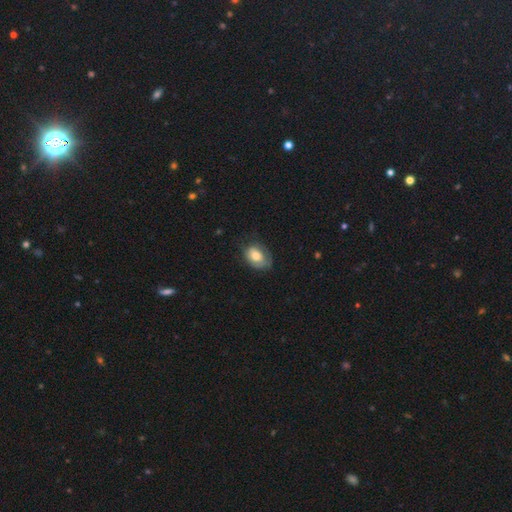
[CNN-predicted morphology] smooth-or-featured: smooth: 58% | featured or disk: 35% | star or artifact: 8%
  how-rounded: in between: 75% | round: 24% | cigar-shaped: 1%
  merging: none: 57% | minor disturbance: 28% | major disturbance: 13% | merger: 1%